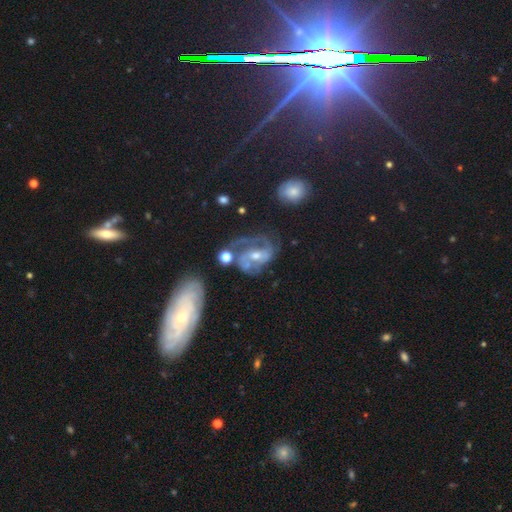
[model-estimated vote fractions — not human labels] Smooth or featured: featured or disk — 82% (smooth — 10%)
Edge-on disk: no — 97% (yes — 3%)
Bar: weak — 40% (no — 36%)
Spiral arms: yes — 89% (no — 11%)
Spiral winding: medium — 47% (tight — 32%)
Spiral arm count: 2 — 52% (can't tell — 19%)
Bulge size: moderate — 54% (small — 38%)
Merging: none — 41% (major disturbance — 26%)